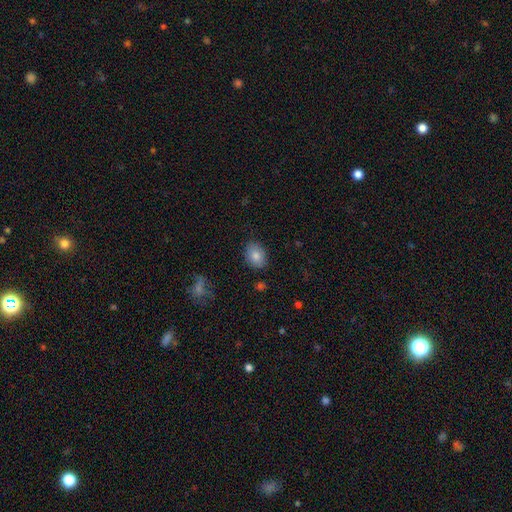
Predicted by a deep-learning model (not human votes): Smooth or featured: smooth — 83% (featured or disk — 9%)
How rounded: in between — 64% (round — 35%)
Merging: none — 85% (minor disturbance — 11%)